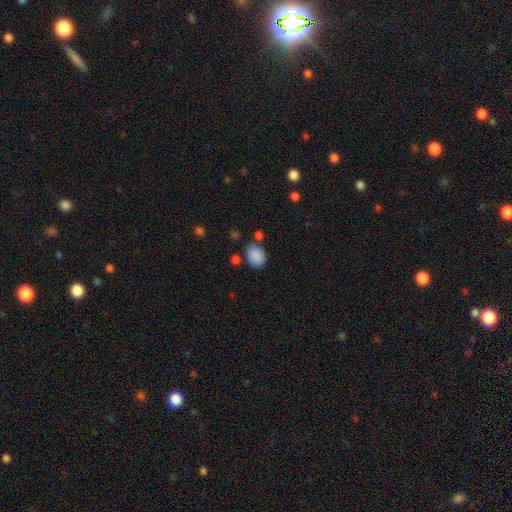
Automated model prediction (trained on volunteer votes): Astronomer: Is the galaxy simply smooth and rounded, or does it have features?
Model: smooth — 88%.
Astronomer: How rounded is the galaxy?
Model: in between — 59% (runner-up: round, 41%).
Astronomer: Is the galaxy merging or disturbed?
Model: none — 71%.